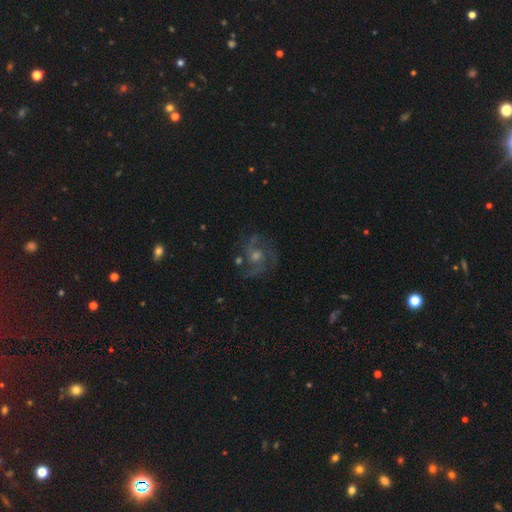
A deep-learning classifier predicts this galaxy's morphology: Smooth or featured: featured or disk — 79% (star or artifact — 12%)
Edge-on disk: no — 98% (yes — 2%)
Bar: no — 67% (weak — 28%)
Spiral arms: yes — 95% (no — 5%)
Spiral winding: medium — 55% (tight — 30%)
Spiral arm count: 3 — 34% (2 — 32%)
Bulge size: moderate — 59% (small — 29%)
Merging: none — 75% (minor disturbance — 13%)